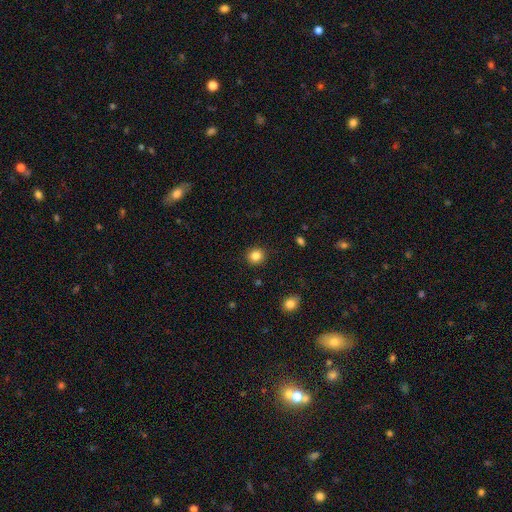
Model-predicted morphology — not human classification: A smooth galaxy with no disk features (84%) that is round (90%). Merging: none (91%).